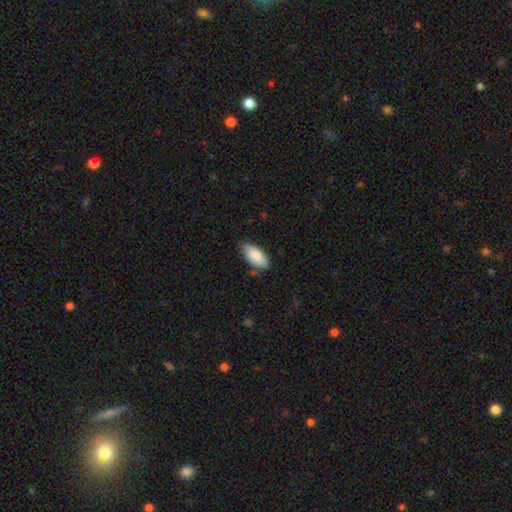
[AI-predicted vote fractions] Smooth or featured? Predicted: smooth (p=0.86). How rounded? Predicted: in between (p=0.91). Merging? Predicted: none (p=0.77).